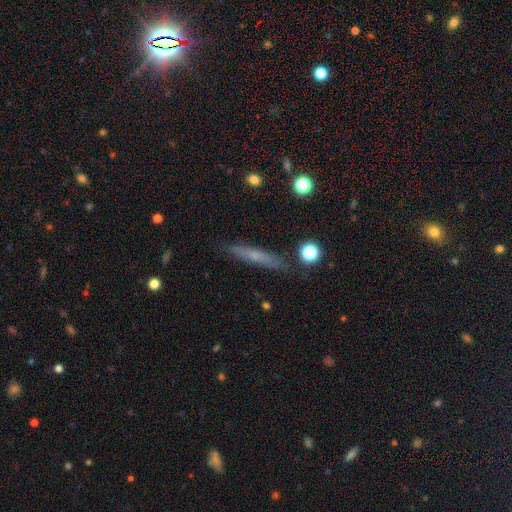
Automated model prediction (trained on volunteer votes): A smooth galaxy with no disk features (53%) that is cigar-shaped (92%). Merging: none (87%).